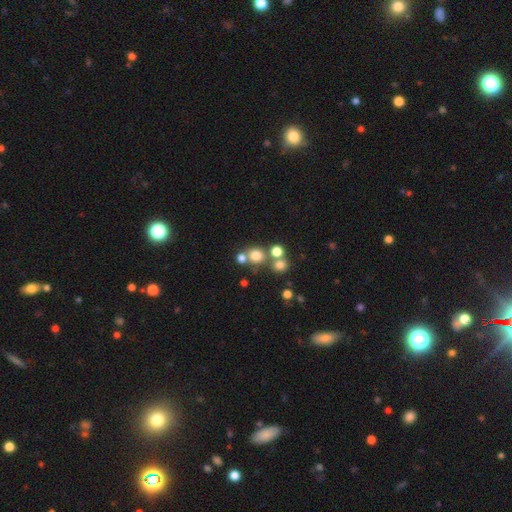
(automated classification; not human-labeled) The model was most divided on "merging": none: 58%, merger: 29%, minor disturbance: 8%, major disturbance: 4%. More confident: how rounded — round (85%); smooth or featured — smooth (72%).